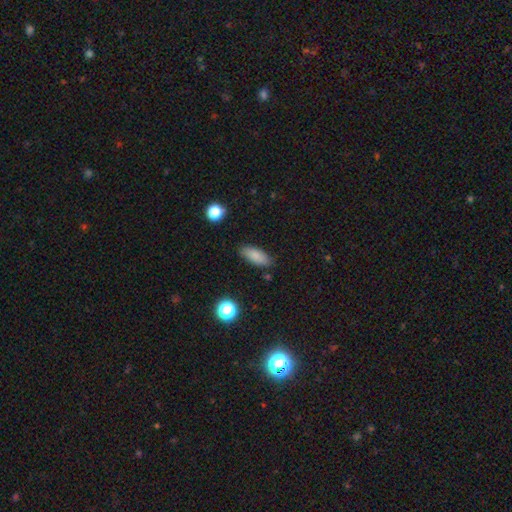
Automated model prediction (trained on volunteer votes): Smooth or featured?
  - smooth: 85% *
  - star or artifact: 9%
  - featured or disk: 7%
How rounded?
  - in between: 75% *
  - cigar-shaped: 22%
  - round: 3%
Merging?
  - none: 85% *
  - minor disturbance: 11%
  - major disturbance: 3%
  - merger: 2%